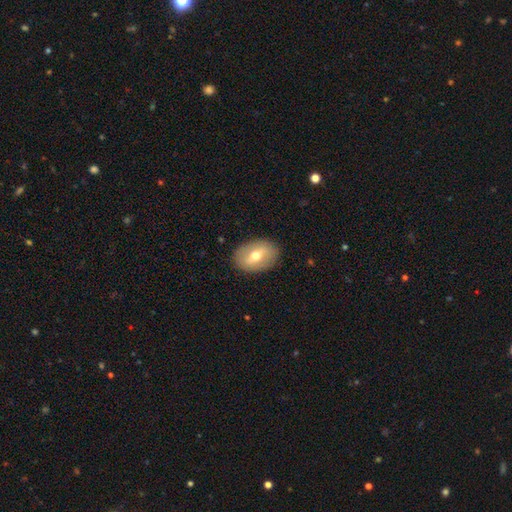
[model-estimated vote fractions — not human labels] Smooth or featured? Predicted: smooth (p=0.50). Merging? Predicted: none (p=0.87).